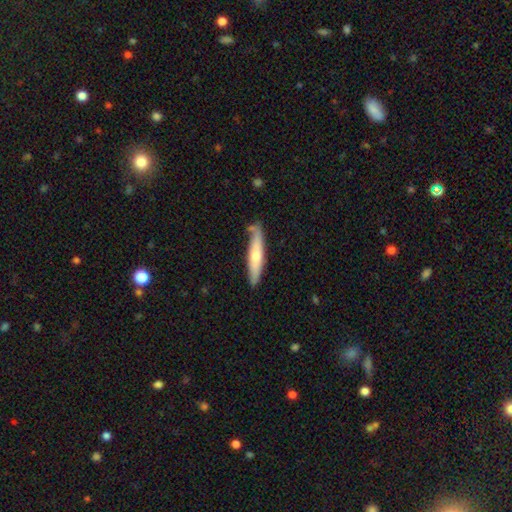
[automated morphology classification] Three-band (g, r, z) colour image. It shows a featured or disk galaxy (47%). Merging: none (77%).